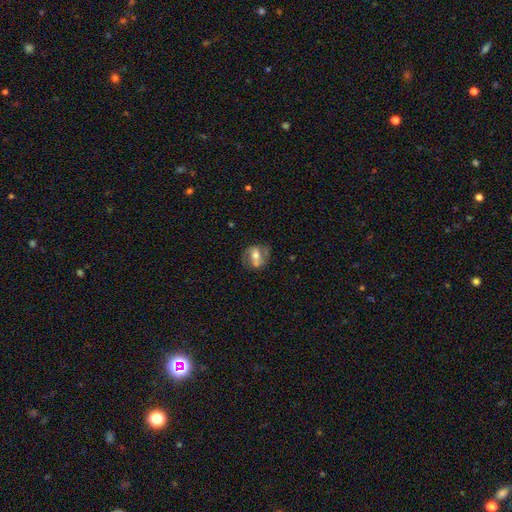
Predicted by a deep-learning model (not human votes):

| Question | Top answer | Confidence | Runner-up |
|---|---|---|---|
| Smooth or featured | featured or disk | 60% | smooth (32%) |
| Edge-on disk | no | 95% | yes (5%) |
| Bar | weak | 37% | no (34%) |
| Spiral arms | yes | 71% | no (29%) |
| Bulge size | moderate | 67% | small (18%) |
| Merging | none | 60% | minor disturbance (20%) |